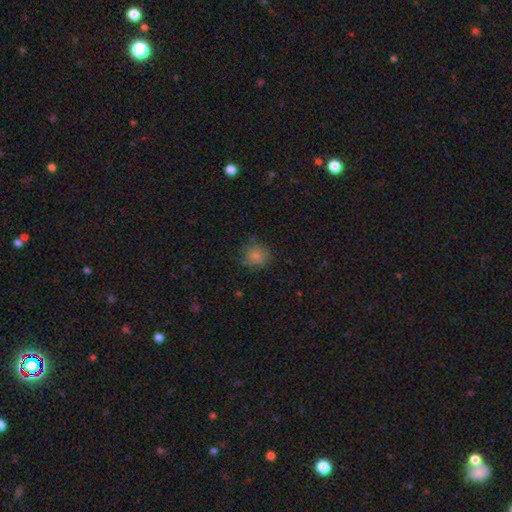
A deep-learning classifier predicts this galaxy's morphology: smooth_or_featured: smooth (p=0.82) [alt: star or artifact p=0.11]
how_rounded: round (p=0.88) [alt: in between p=0.11]
merging: none (p=0.78) [alt: minor disturbance p=0.16]